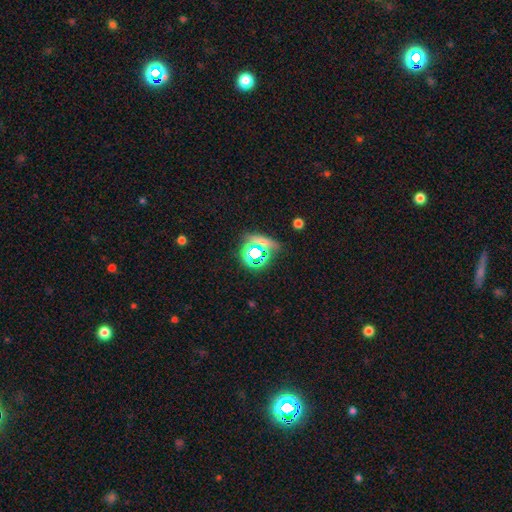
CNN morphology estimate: type=star or artifact (54%).